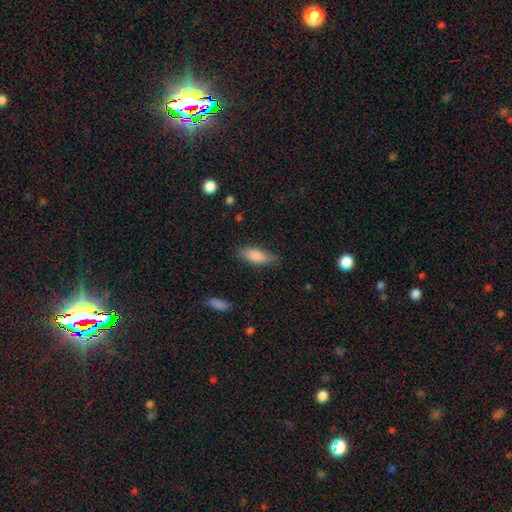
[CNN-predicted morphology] This appears to be a smooth galaxy with no disk features (83%) that is in between round and cigar-shaped (72%). Merging: none (78%).